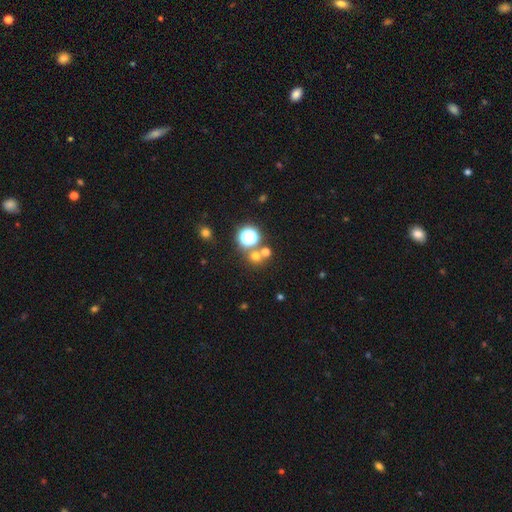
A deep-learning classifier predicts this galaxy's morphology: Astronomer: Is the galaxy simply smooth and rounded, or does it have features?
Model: smooth — 58%.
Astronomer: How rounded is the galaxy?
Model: round — 89%.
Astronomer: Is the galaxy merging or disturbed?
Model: none — 67%.